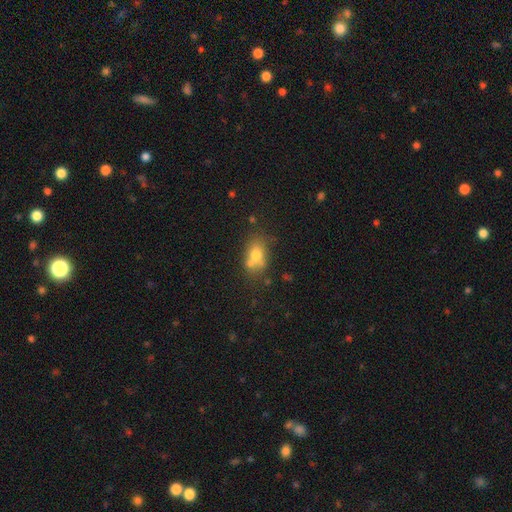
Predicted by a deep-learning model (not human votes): The model was most divided on "merging": none: 43%, merger: 34%, minor disturbance: 16%, major disturbance: 7%. More confident: smooth or featured — smooth (68%); how rounded — in between (66%).